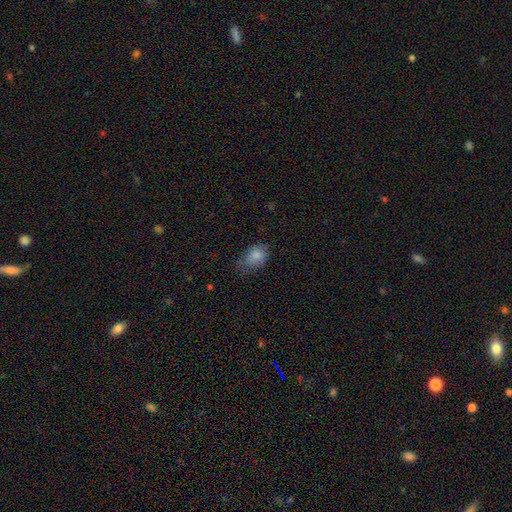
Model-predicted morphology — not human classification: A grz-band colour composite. It shows a smooth galaxy with no disk features (81%) that is in between round and cigar-shaped (85%). Merging: none (49%).